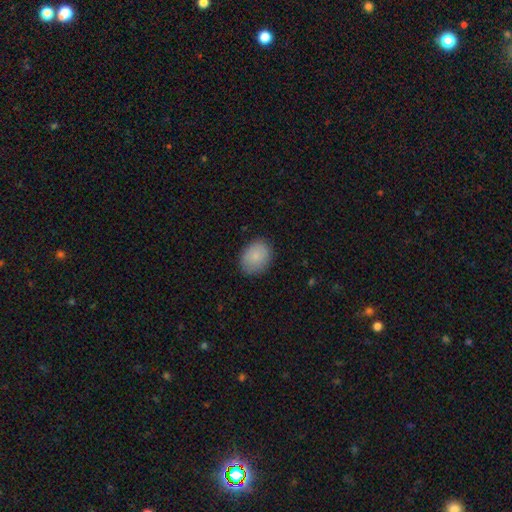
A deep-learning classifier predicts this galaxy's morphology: smooth_or_featured: smooth (p=0.84) [alt: featured or disk p=0.08]
how_rounded: in between (p=0.57) [alt: round p=0.42]
merging: none (p=0.84) [alt: minor disturbance p=0.12]